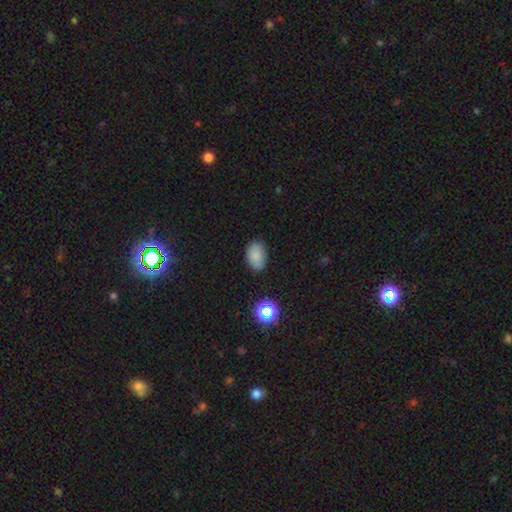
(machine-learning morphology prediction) This appears to be a smooth galaxy with no disk features (81%) that is in between round and cigar-shaped (87%). Merging: none (82%).